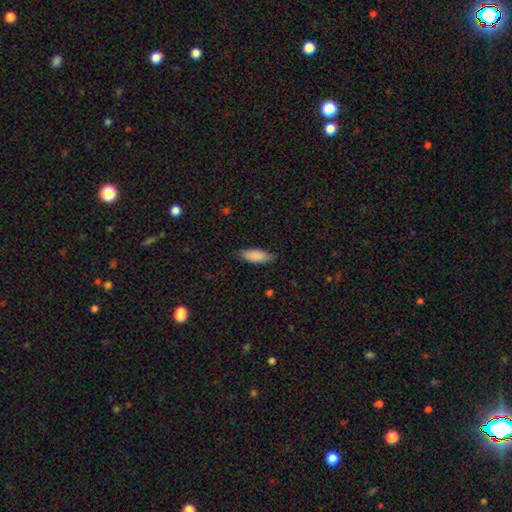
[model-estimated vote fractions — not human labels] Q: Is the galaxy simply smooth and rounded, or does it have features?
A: smooth — 88%.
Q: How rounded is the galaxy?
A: in between — 77%.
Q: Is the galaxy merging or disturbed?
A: none — 80%.